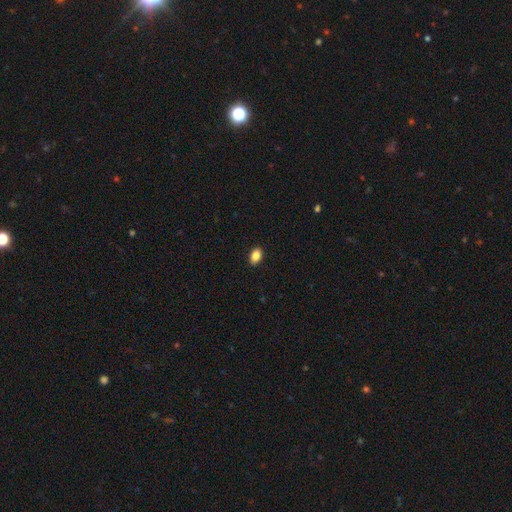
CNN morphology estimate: The model was most divided on "how rounded": in between: 86%, round: 12%, cigar-shaped: 2%. More confident: merging — none (90%); smooth or featured — smooth (86%).